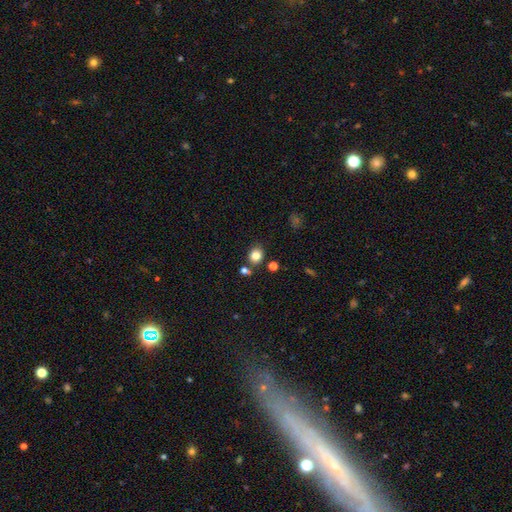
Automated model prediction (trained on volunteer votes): Q: Smooth or featured?
A: smooth (82%); runner-up: star or artifact (11%)
Q: How rounded?
A: round (62%); runner-up: in between (37%)
Q: Merging?
A: none (74%); runner-up: merger (11%)